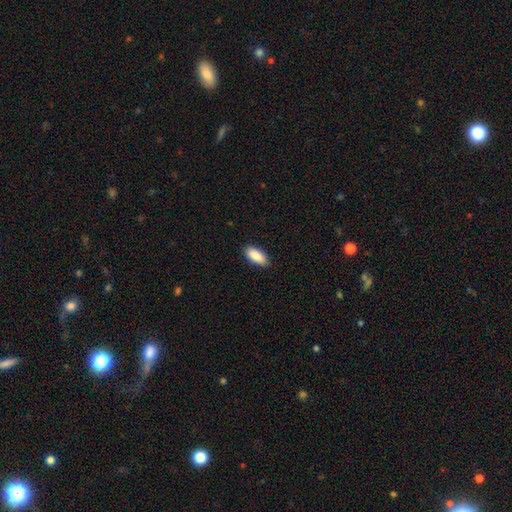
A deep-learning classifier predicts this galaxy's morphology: Smooth or featured?
  - smooth: 89% *
  - star or artifact: 6%
  - featured or disk: 5%
How rounded?
  - in between: 87% *
  - cigar-shaped: 11%
  - round: 2%
Merging?
  - none: 85% *
  - minor disturbance: 12%
  - major disturbance: 2%
  - merger: 1%